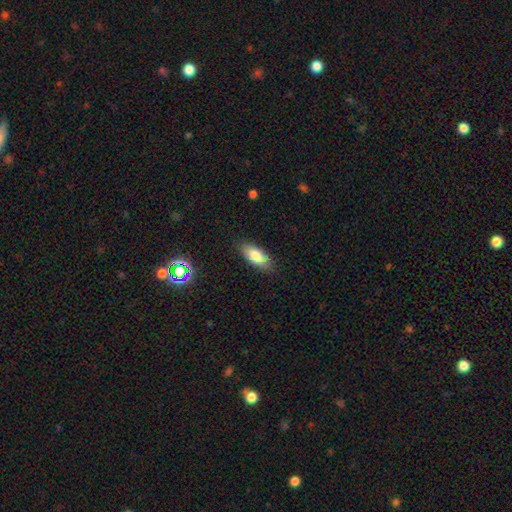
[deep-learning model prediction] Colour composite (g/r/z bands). It shows a smooth galaxy with no disk features (82%) that is in between round and cigar-shaped (84%). Merging: none (85%).